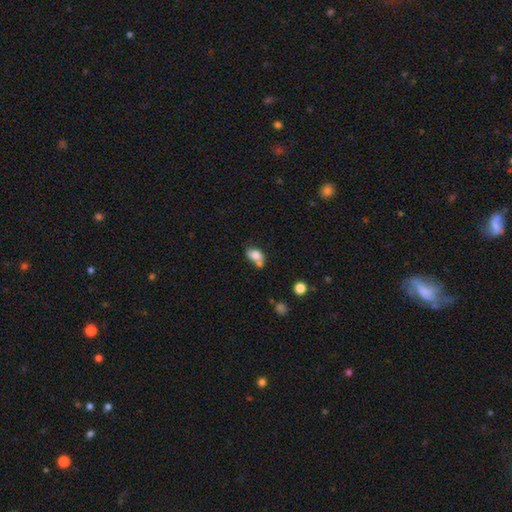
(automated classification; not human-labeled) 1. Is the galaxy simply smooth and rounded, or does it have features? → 77% smooth, 13% featured or disk, 10% star or artifact.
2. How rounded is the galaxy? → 78% in between, 20% round, 2% cigar-shaped.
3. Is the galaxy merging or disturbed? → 42% merger, 32% none, 18% minor disturbance, 9% major disturbance.